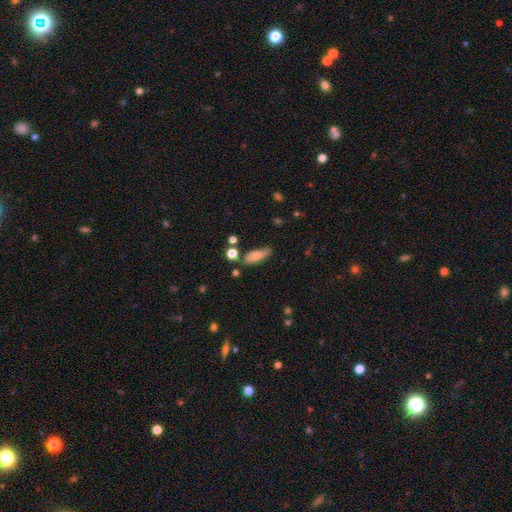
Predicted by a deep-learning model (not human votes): This appears to be a smooth galaxy with no disk features (74%) that is in between round and cigar-shaped (68%). Merging: none (70%).